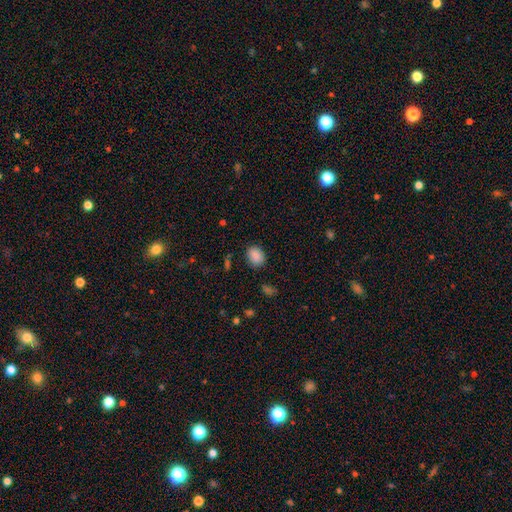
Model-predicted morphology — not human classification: Overall: smooth (87%). How rounded: in between (59%; round 40%). Merging: none (82%).